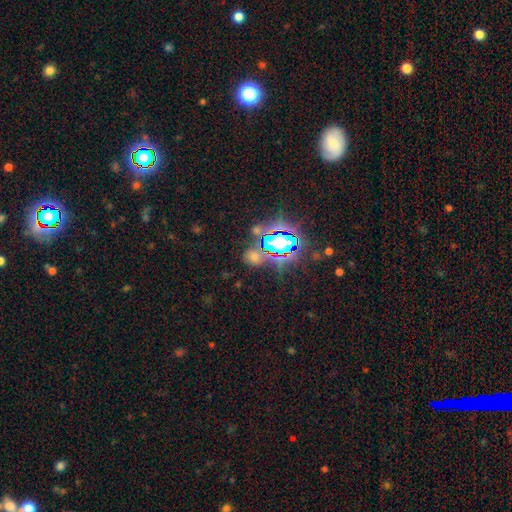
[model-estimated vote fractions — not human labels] Smooth or featured?
  - star or artifact: 66% *
  - smooth: 25%
  - featured or disk: 9%